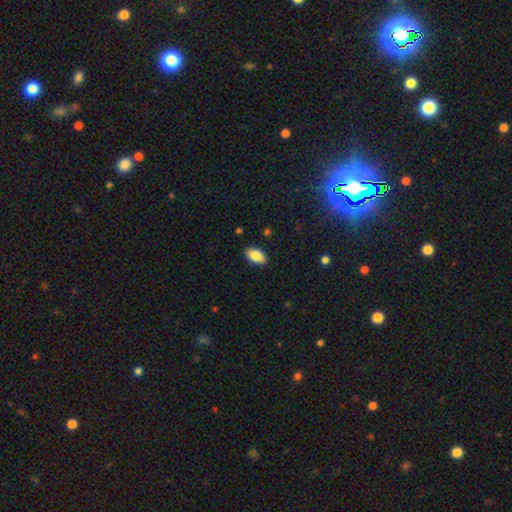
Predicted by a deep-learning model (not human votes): Overall: smooth (85%). How rounded: in between (93%). Merging: none (88%).